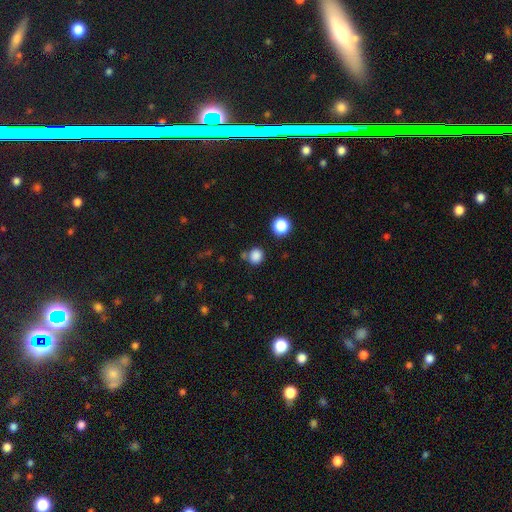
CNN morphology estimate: smooth 83%, star or artifact 13%, featured or disk 4%. Down the decision tree: how rounded — round (83%); merging — none (75%).